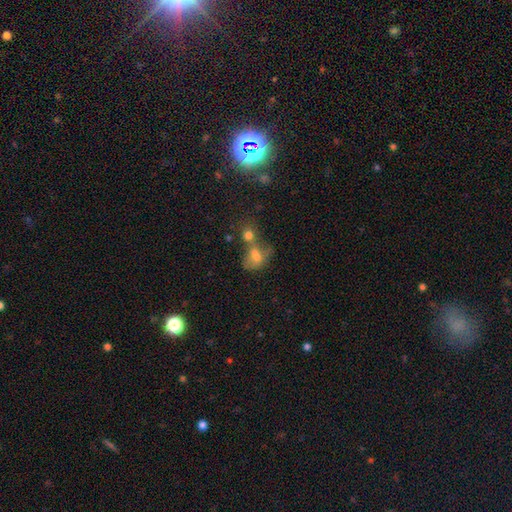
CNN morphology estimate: smooth_or_featured: smooth (p=0.54) [alt: featured or disk p=0.24]
how_rounded: in between (p=0.61) [alt: round p=0.37]
merging: merger (p=0.43) [alt: none p=0.30]